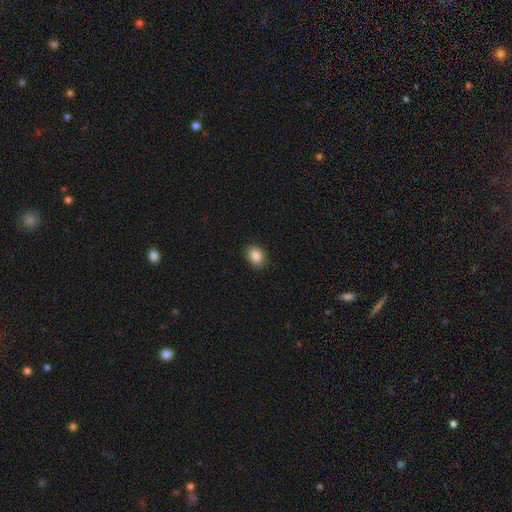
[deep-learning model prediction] smooth-or-featured: smooth: 87% | star or artifact: 9% | featured or disk: 4%
  how-rounded: in between: 53% | round: 46% | cigar-shaped: 1%
  merging: none: 86% | minor disturbance: 11% | major disturbance: 2% | merger: 1%